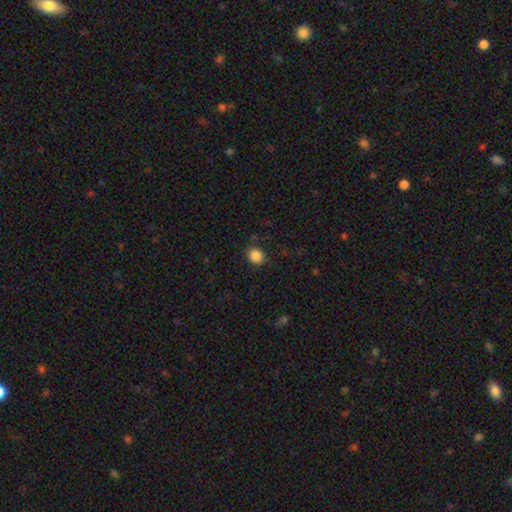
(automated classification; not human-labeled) A smooth galaxy with no disk features (87%) that is round (74%). Merging: none (86%).